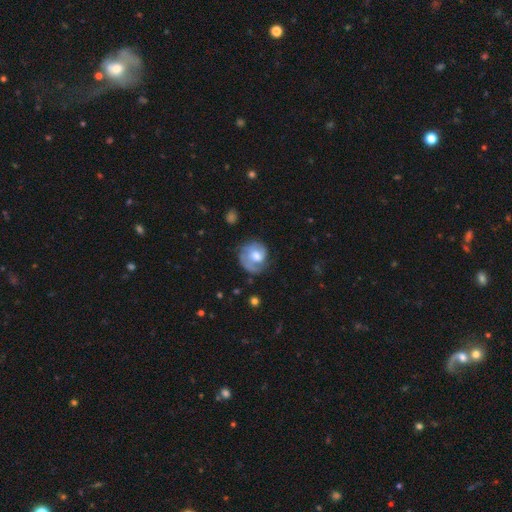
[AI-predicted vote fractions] This is possibly a featured or disk galaxy (58%). It is clearly not viewed edge-on (98%). Bar: likely no (63%). Spiral arm pattern: clearly yes (84%). Central bulge: possibly moderate (52%). Merging: possibly none (60%).